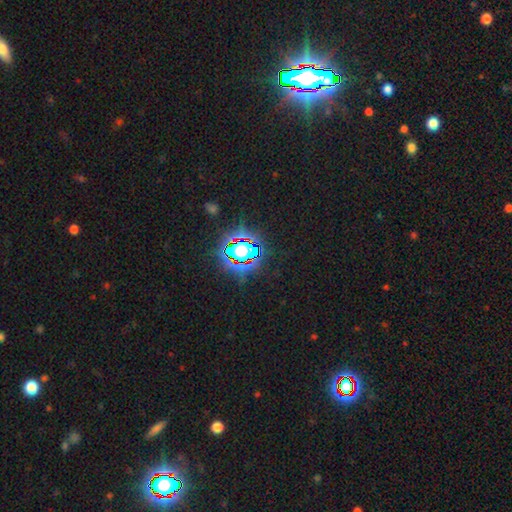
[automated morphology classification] This is clearly a star or artifact rather than a galaxy (83%).